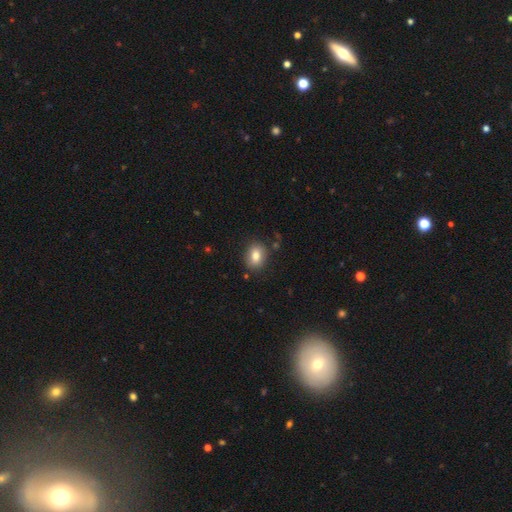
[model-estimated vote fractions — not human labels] This is clearly a smooth galaxy (81%). How rounded: likely in between (62%). Merging: clearly none (84%).